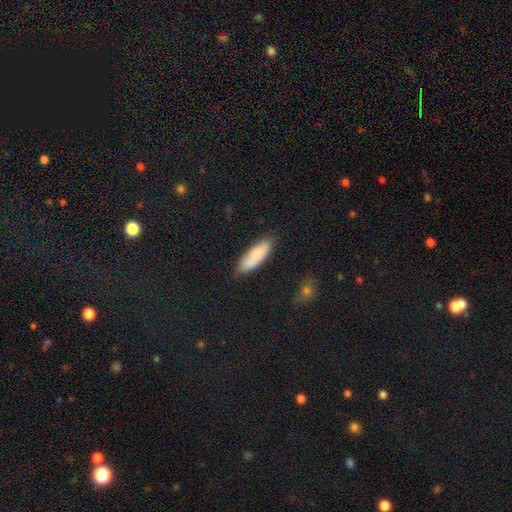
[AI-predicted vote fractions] A smooth galaxy with no disk features (83%) that is in between round and cigar-shaped (55%).

Vote fractions:
- Smooth or featured? smooth: 83% / featured or disk: 11% / star or artifact: 6%
- How rounded? in between: 55% / cigar-shaped: 43% / round: 2%
- Merging? none: 82% / minor disturbance: 14% / major disturbance: 3% / merger: 2%